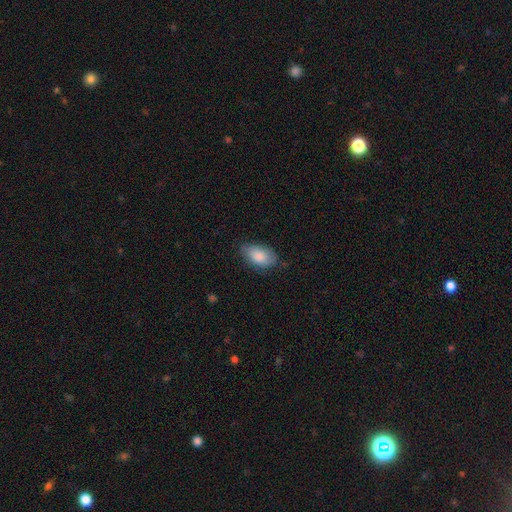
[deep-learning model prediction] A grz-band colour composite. It shows a smooth galaxy with no disk features (83%) that is in between round and cigar-shaped (92%). Merging: none (73%).